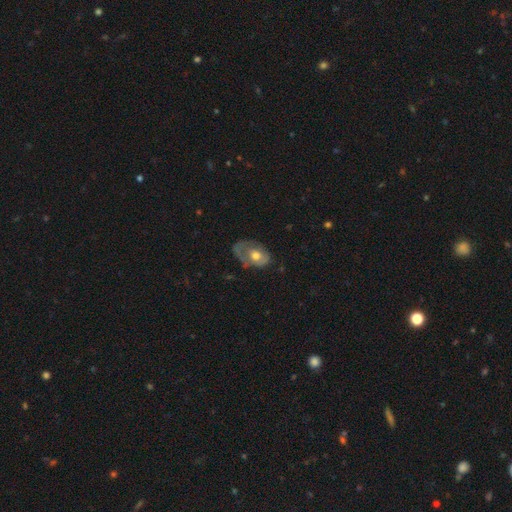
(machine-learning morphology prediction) Overall: featured or disk (49%; smooth 45%). Merging: none (41%; minor disturbance 32%).